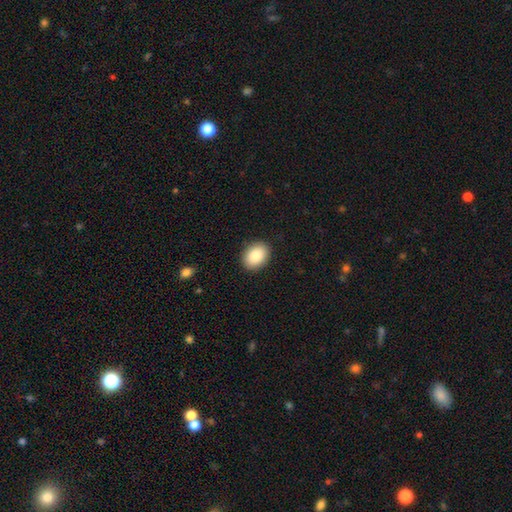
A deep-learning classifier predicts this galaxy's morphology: Smooth or featured? smooth (87%)
How rounded? in between (70%)
Merging? none (89%)